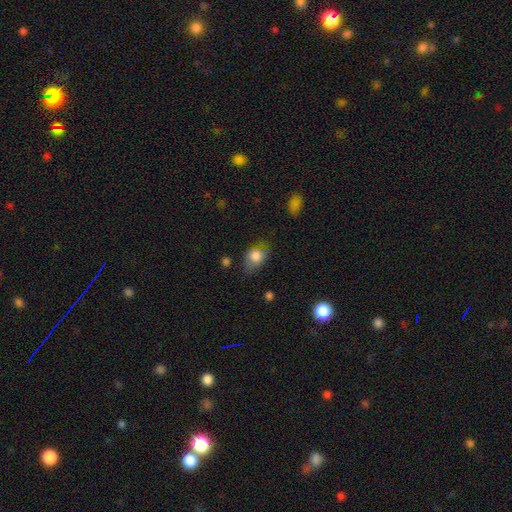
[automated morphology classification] A smooth galaxy with no disk features (80%) that is in between round and cigar-shaped (71%).

Vote fractions:
- Smooth or featured? smooth: 80% / featured or disk: 12% / star or artifact: 8%
- How rounded? in between: 71% / round: 28% / cigar-shaped: 2%
- Merging? none: 62% / minor disturbance: 27% / major disturbance: 9% / merger: 2%